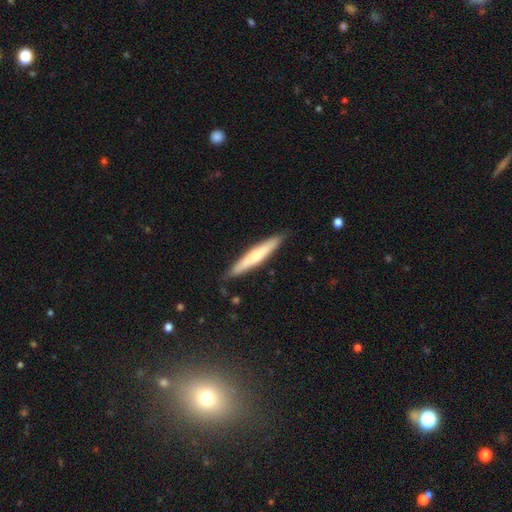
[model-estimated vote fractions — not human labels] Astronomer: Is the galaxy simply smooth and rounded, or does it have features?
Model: smooth — 54% (runner-up: featured or disk, 41%).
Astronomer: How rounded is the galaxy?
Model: cigar-shaped — 92%.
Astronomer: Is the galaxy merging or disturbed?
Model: none — 87%.